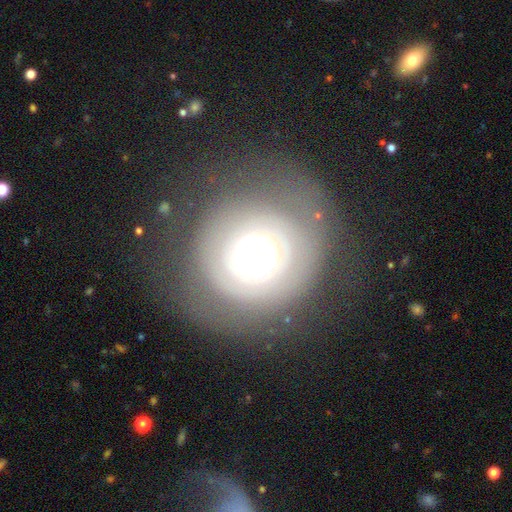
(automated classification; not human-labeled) Smooth or featured?
  - featured or disk: 44% *
  - smooth: 40%
  - star or artifact: 16%
Merging?
  - none: 67% *
  - major disturbance: 15%
  - minor disturbance: 15%
  - merger: 2%